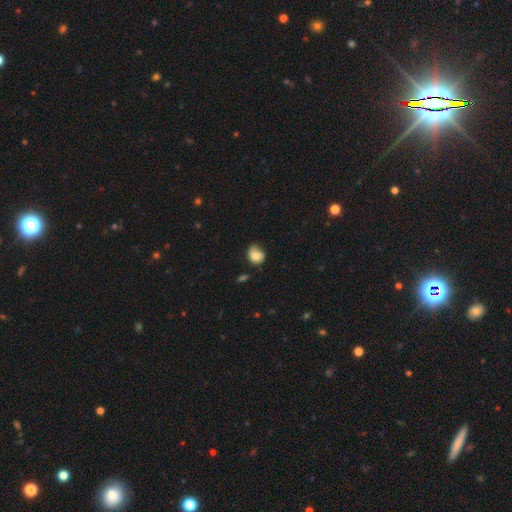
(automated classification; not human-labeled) Smooth or featured: smooth — 74% (featured or disk — 17%)
How rounded: round — 62% (in between — 37%)
Merging: none — 48% (minor disturbance — 36%)